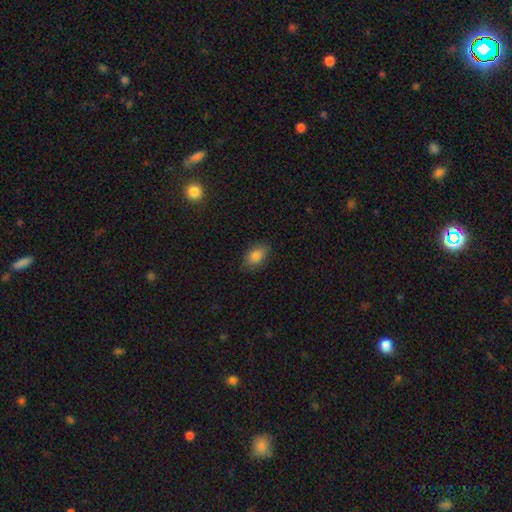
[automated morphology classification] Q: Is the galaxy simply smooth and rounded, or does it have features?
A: smooth — 85%.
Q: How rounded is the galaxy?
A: in between — 89%.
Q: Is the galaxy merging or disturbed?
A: none — 82%.